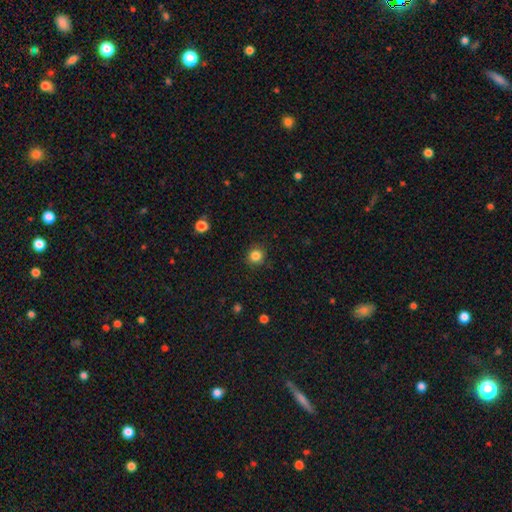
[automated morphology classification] Q: Smooth or featured?
A: smooth (84%); runner-up: star or artifact (12%)
Q: How rounded?
A: round (92%); runner-up: in between (7%)
Q: Merging?
A: none (89%); runner-up: minor disturbance (8%)